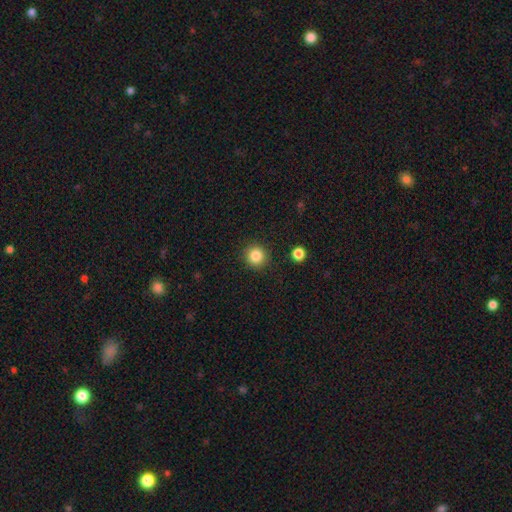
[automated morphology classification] smooth_or_featured: smooth (p=0.84) [alt: star or artifact p=0.11]
how_rounded: round (p=0.94) [alt: in between p=0.05]
merging: none (p=0.91) [alt: minor disturbance p=0.06]